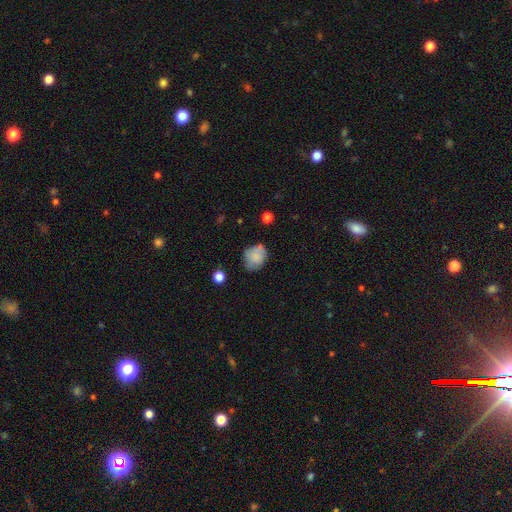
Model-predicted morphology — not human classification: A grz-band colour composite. It shows a smooth galaxy with no disk features (75%) that is round (56%). Merging: none (59%).